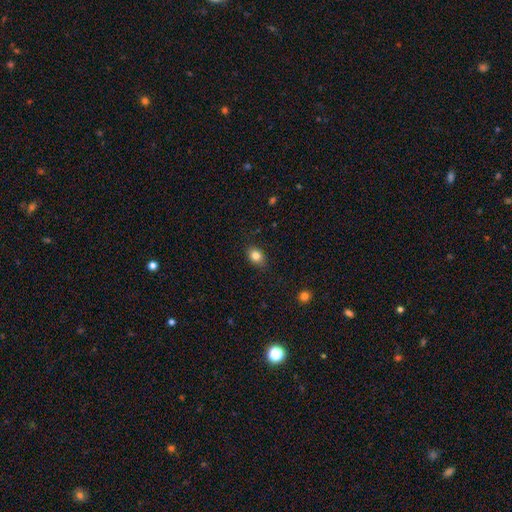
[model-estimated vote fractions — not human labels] This appears to be a smooth galaxy with no disk features (83%) that is in between round and cigar-shaped (63%). Merging: none (84%).